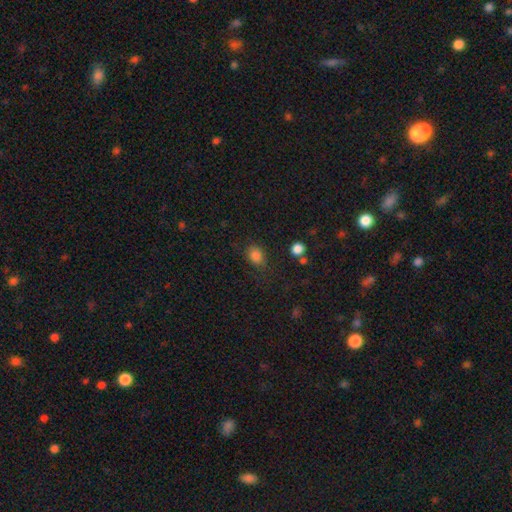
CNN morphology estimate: smooth_or_featured: smooth (p=0.83) [alt: star or artifact p=0.12]
how_rounded: in between (p=0.50) [alt: round p=0.49]
merging: none (p=0.74) [alt: minor disturbance p=0.17]